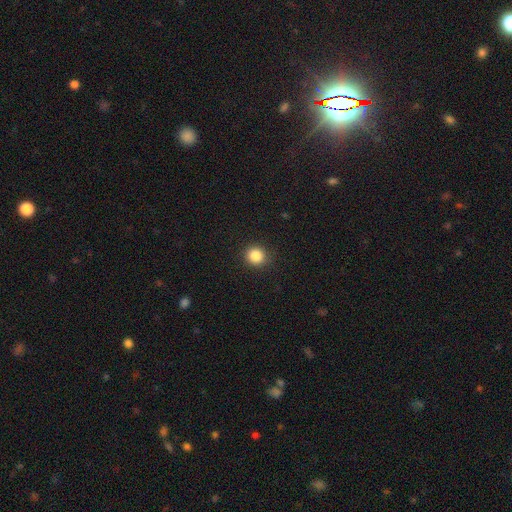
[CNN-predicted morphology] A smooth galaxy with no disk features (86%) that is round (92%).

Vote fractions:
- Smooth or featured? smooth: 86% / star or artifact: 11% / featured or disk: 4%
- How rounded? round: 92% / in between: 8% / cigar-shaped: 1%
- Merging? none: 91% / minor disturbance: 6% / major disturbance: 2% / merger: 1%